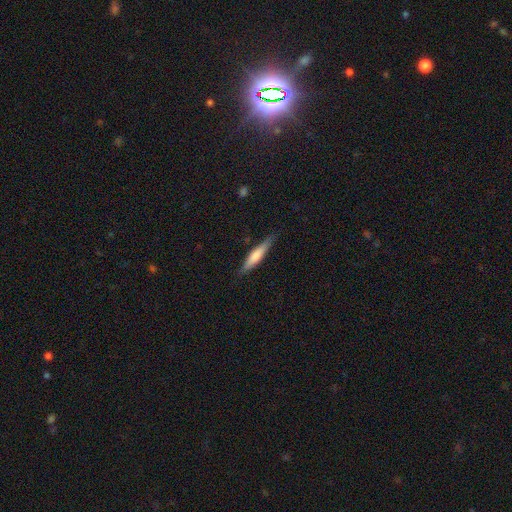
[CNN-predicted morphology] smooth 64%, featured or disk 30%, star or artifact 5%. Down the decision tree: how rounded — cigar-shaped (87%); merging — none (83%).